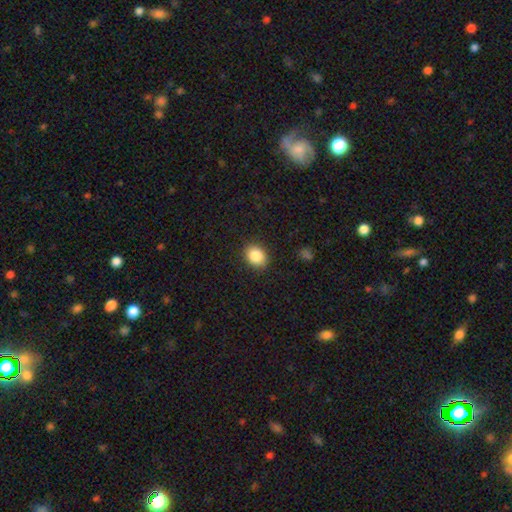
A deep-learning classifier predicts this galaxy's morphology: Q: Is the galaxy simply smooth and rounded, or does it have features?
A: smooth — 86%.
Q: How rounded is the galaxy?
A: in between — 51%.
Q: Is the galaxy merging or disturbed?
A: none — 88%.